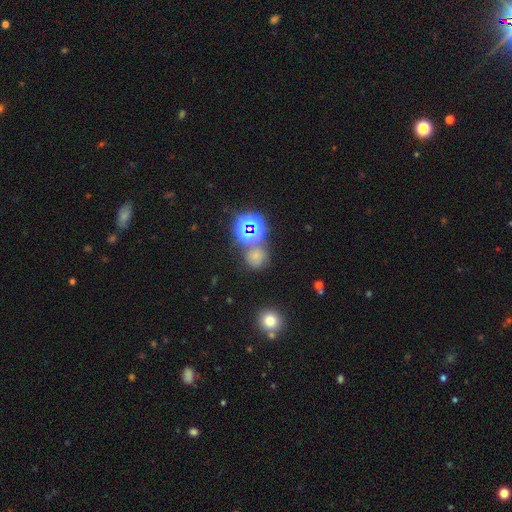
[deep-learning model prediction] Smooth or featured: smooth — 52% (star or artifact — 37%)
How rounded: round — 84% (in between — 15%)
Merging: none — 64% (merger — 16%)